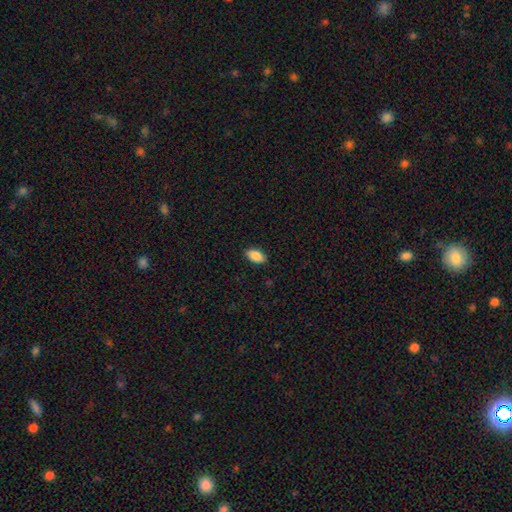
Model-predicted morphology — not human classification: smooth 88%, star or artifact 7%, featured or disk 5%. Down the decision tree: how rounded — in between (93%); merging — none (89%).